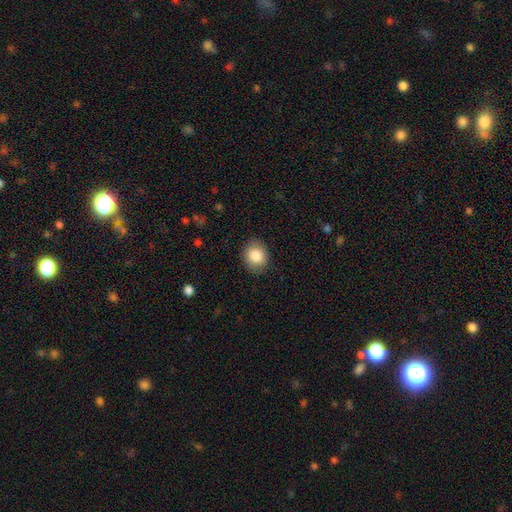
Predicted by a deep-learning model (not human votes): Morphology: type=smooth (85%); roundness=round (63%); merging=none (88%).